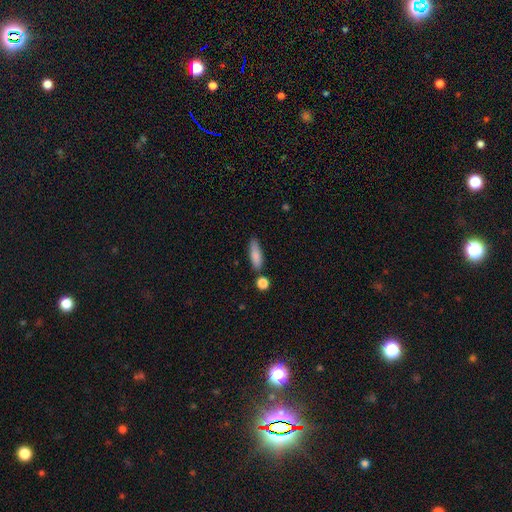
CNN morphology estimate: Smooth or featured? Predicted: smooth (p=0.85). How rounded? Predicted: in between (p=0.50). Merging? Predicted: none (p=0.72).